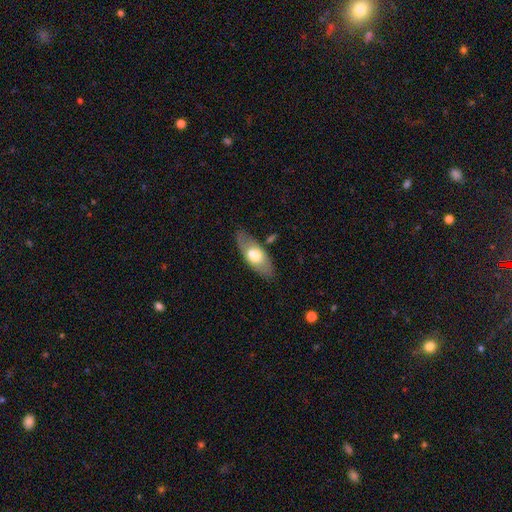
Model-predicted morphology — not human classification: smooth 59%, featured or disk 35%, star or artifact 6%. Down the decision tree: how rounded — in between (80%); merging — none (73%).